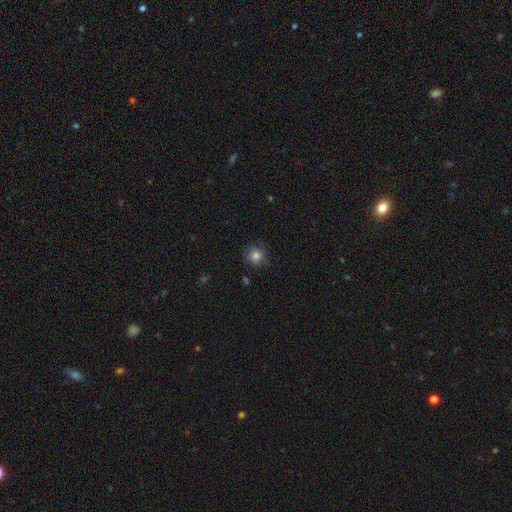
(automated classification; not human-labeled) Morphology: type=smooth (82%); roundness=round (89%); merging=none (81%).